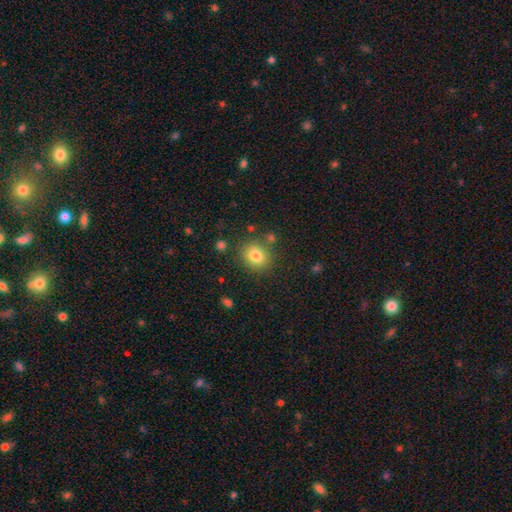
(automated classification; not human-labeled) Smooth or featured? smooth (80%)
How rounded? round (75%)
Merging? none (81%)